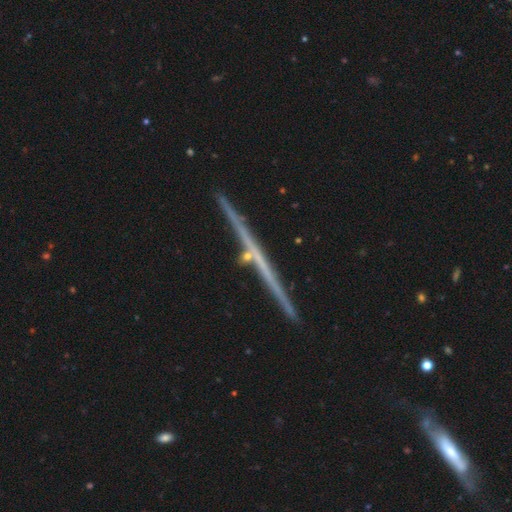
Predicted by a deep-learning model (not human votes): Smooth or featured: featured or disk — 75% (smooth — 16%)
Edge-on disk: yes — 98% (no — 2%)
Edge-on bulge: none — 66% (rounded — 25%)
Merging: none — 88% (minor disturbance — 8%)